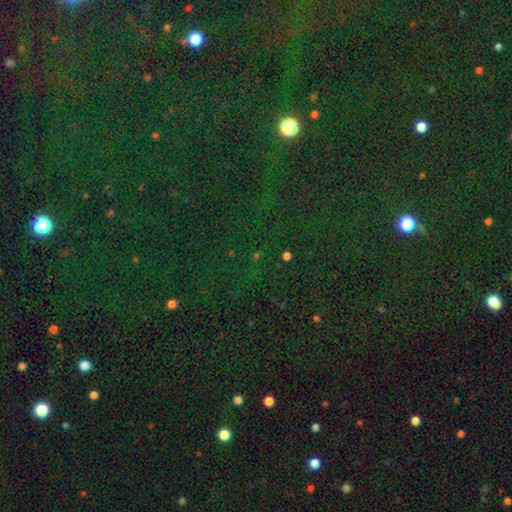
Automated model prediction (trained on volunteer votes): The model was most divided on "smooth or featured": star or artifact: 79%, smooth: 13%, featured or disk: 8%.